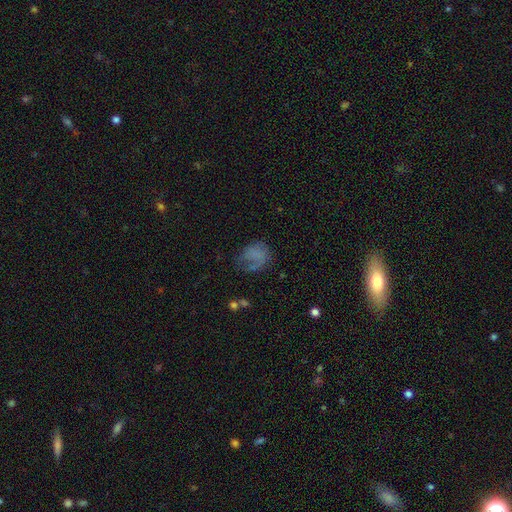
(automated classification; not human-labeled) The model was most divided on "how rounded": round: 51%, in between: 48%, cigar-shaped: 1%. Remaining: smooth or featured — smooth (60%); merging — none (37%).